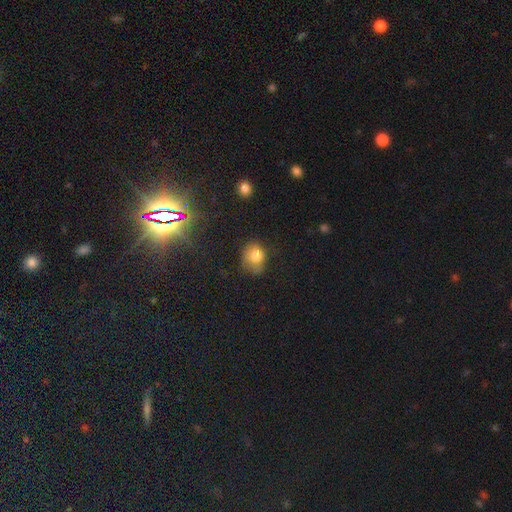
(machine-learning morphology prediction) smooth 77%, star or artifact 11%, featured or disk 11%. Down the decision tree: how rounded — round (55%); merging — none (53%).